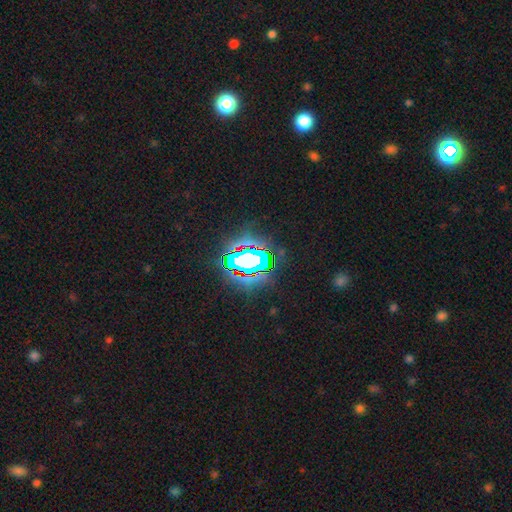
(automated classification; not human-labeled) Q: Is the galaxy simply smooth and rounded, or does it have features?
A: star or artifact — 67%.